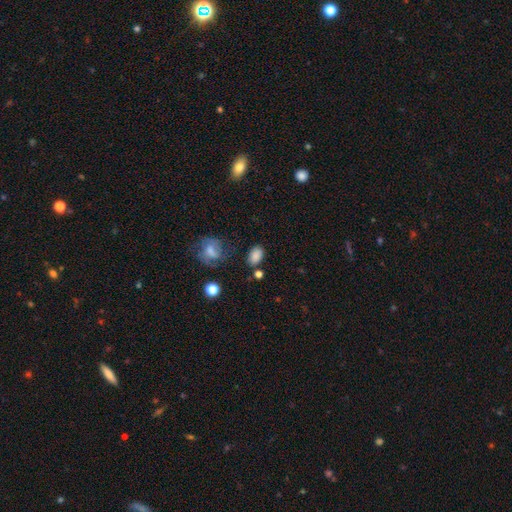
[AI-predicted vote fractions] Q: Smooth or featured?
A: smooth (83%); runner-up: star or artifact (10%)
Q: How rounded?
A: in between (87%); runner-up: round (12%)
Q: Merging?
A: none (73%); runner-up: minor disturbance (16%)